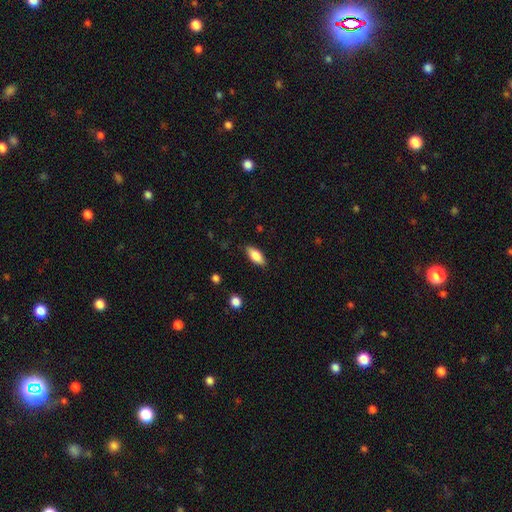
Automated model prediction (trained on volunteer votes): The model was most divided on "smooth or featured": smooth: 80%, featured or disk: 13%, star or artifact: 7%. More confident: merging — none (85%); how rounded — in between (83%).